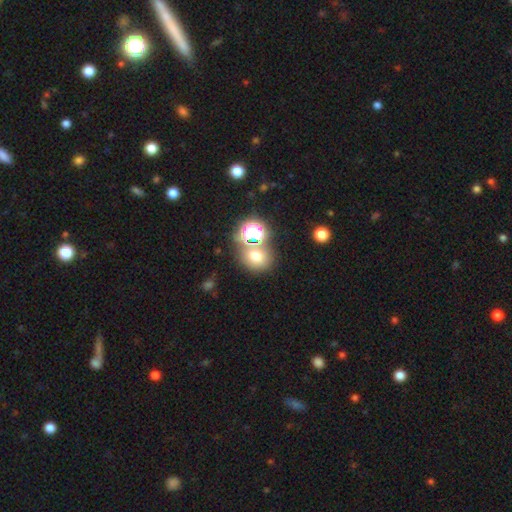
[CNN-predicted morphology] Smooth or featured? smooth (66%)
How rounded? round (70%)
Merging? none (62%)